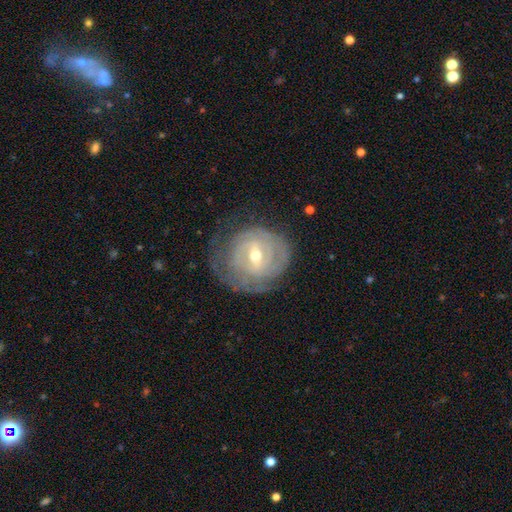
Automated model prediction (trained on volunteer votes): A featured or disk galaxy (83%) with a weak bar (55%), tight (75%) spiral arms (89%) and a moderate central bulge (57%). Merging: none (64%).